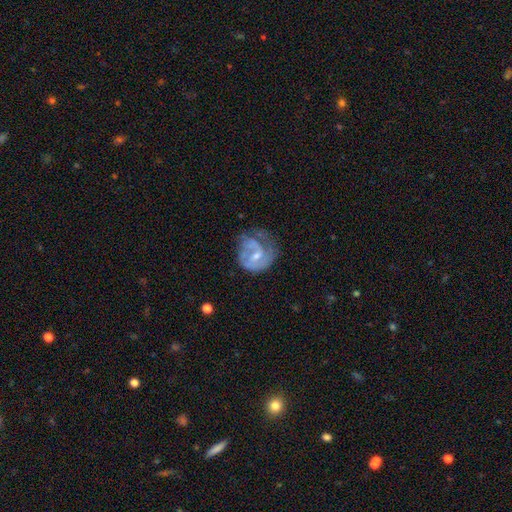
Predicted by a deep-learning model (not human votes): The model was most divided on "spiral winding": medium: 41%, tight: 39%, loose: 20%. Remaining: edge-on disk — no (98%); spiral arms — yes (77%); smooth or featured — featured or disk (70%); bar — weak (51%); bulge size — small (47%); spiral arm count — 2 (43%); merging — none (38%).